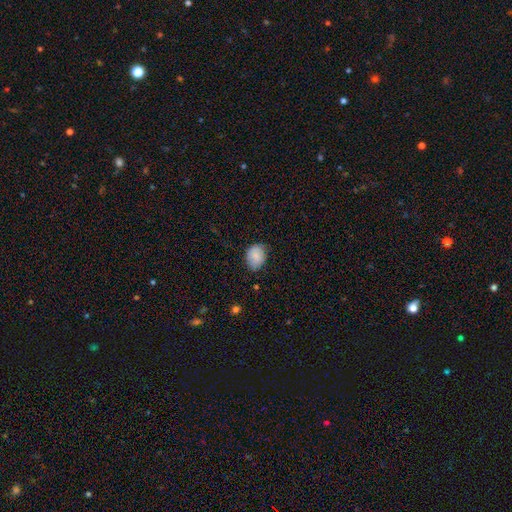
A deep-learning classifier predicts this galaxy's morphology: Q: Smooth or featured?
A: smooth (82%); runner-up: featured or disk (10%)
Q: How rounded?
A: in between (57%); runner-up: round (42%)
Q: Merging?
A: none (64%); runner-up: minor disturbance (30%)